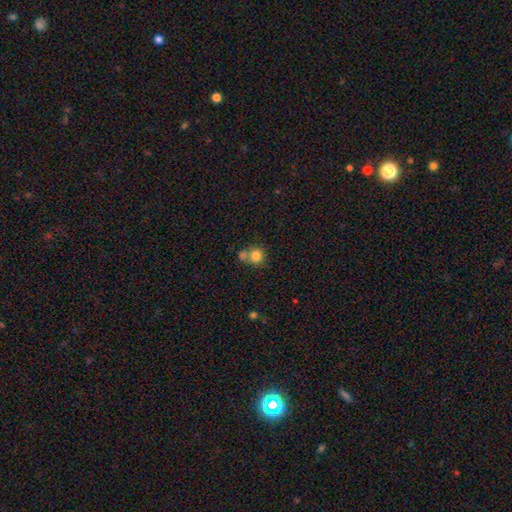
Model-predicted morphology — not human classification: Smooth or featured: smooth — 81% (star or artifact — 11%)
How rounded: round — 87% (in between — 12%)
Merging: none — 48% (merger — 39%)